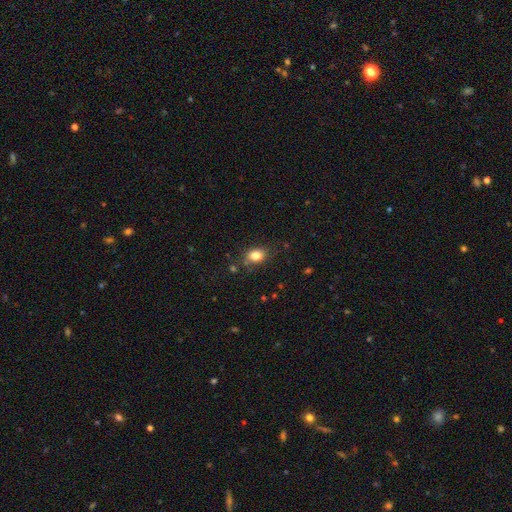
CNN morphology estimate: This is clearly a smooth galaxy (82%). How rounded: likely in between (66%). Merging: likely none (78%).